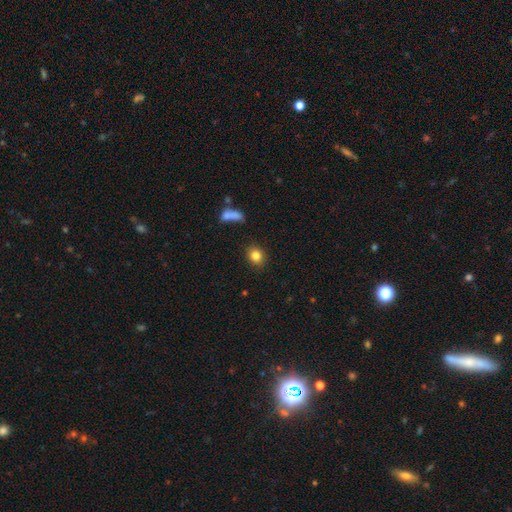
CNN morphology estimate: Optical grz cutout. It shows a smooth galaxy with no disk features (83%) that is round (66%). Merging: none (86%).